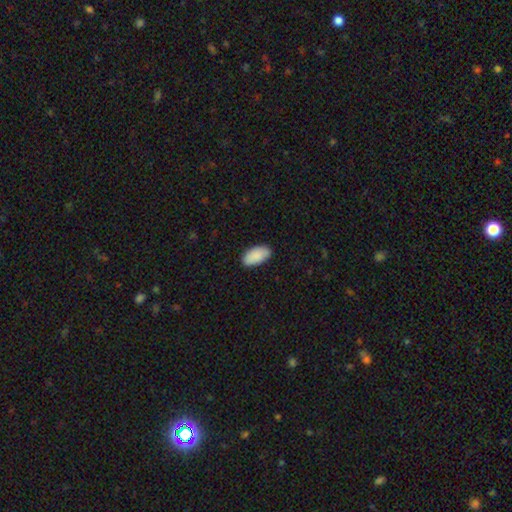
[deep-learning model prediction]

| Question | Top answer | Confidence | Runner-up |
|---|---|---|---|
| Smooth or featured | smooth | 89% | star or artifact (6%) |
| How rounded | in between | 95% | cigar-shaped (3%) |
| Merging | none | 84% | minor disturbance (12%) |